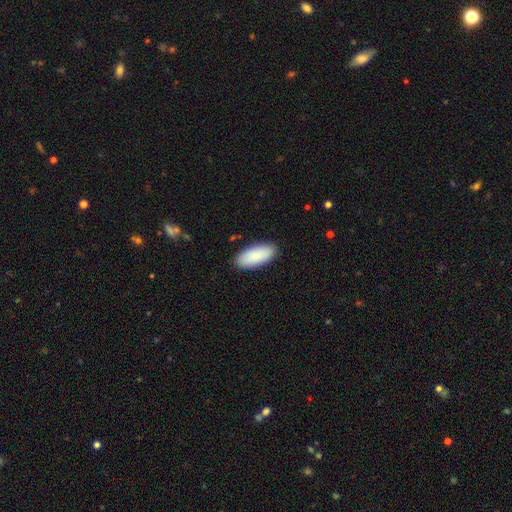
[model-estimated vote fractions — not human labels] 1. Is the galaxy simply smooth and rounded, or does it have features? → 87% smooth, 8% featured or disk, 5% star or artifact.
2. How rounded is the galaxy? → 90% in between, 9% cigar-shaped, 2% round.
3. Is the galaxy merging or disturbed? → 89% none, 8% minor disturbance, 2% major disturbance, 1% merger.